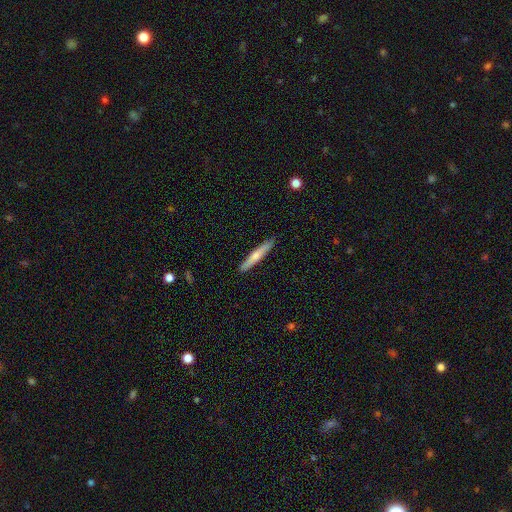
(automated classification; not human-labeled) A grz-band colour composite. It shows a featured or disk galaxy (48%). Merging: none (91%).